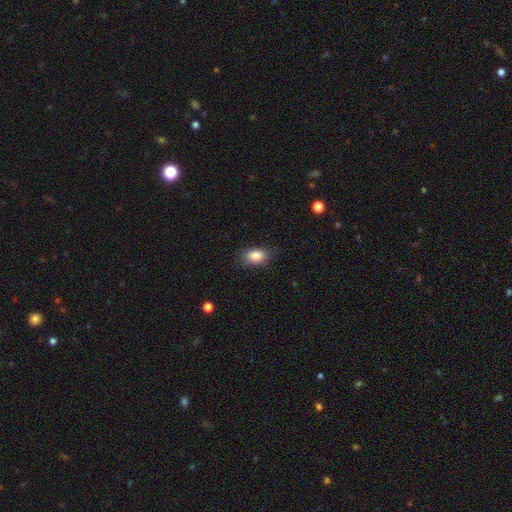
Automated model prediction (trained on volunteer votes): This appears to be a smooth galaxy with no disk features (83%) that is in between round and cigar-shaped (83%). Merging: none (80%).